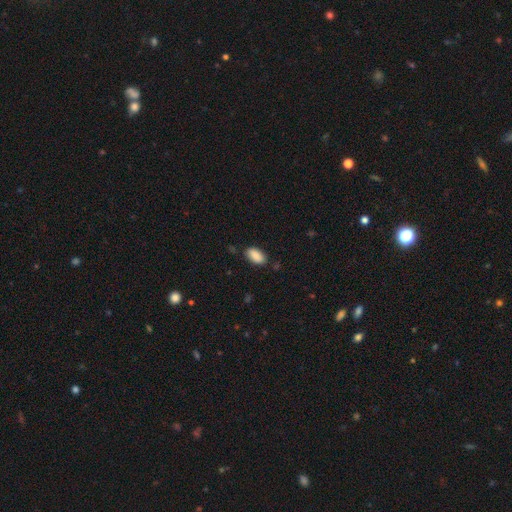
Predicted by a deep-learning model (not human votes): smooth-or-featured: smooth: 89% | star or artifact: 7% | featured or disk: 4%
  how-rounded: in between: 93% | cigar-shaped: 4% | round: 3%
  merging: none: 83% | minor disturbance: 12% | major disturbance: 3% | merger: 2%